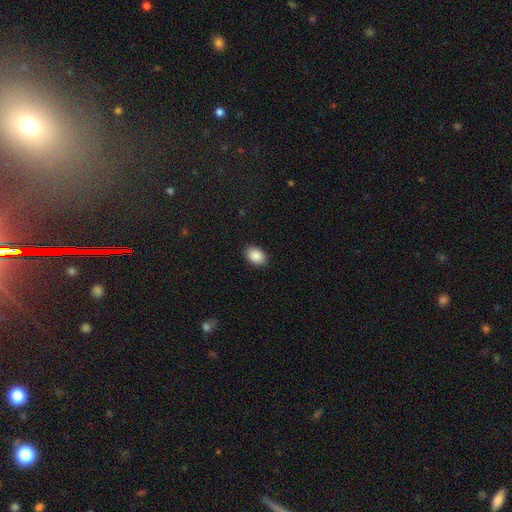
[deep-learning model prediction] smooth-or-featured: smooth: 90% | star or artifact: 7% | featured or disk: 3%
  how-rounded: in between: 83% | round: 16% | cigar-shaped: 1%
  merging: none: 90% | minor disturbance: 7% | major disturbance: 2% | merger: 1%